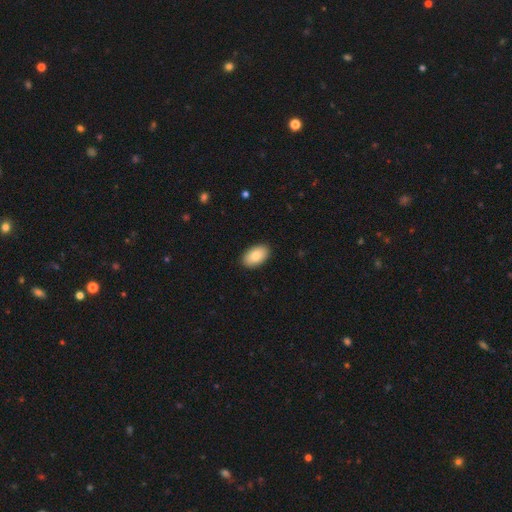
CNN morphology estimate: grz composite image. It shows a smooth galaxy with no disk features (85%) that is in between round and cigar-shaped (94%). Merging: none (90%).